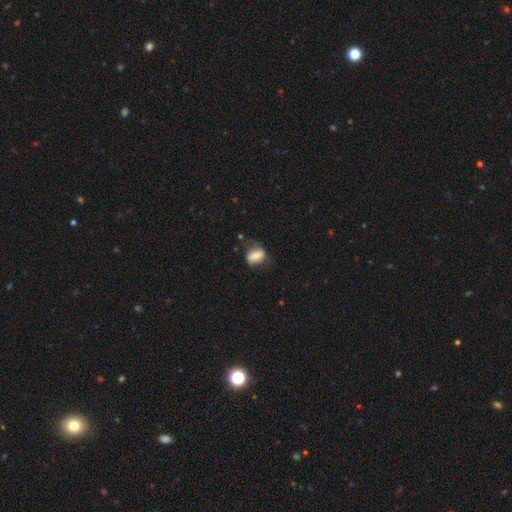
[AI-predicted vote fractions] smooth-or-featured: smooth: 67% | featured or disk: 24% | star or artifact: 9%
  how-rounded: in between: 79% | round: 15% | cigar-shaped: 6%
  merging: none: 49% | minor disturbance: 29% | major disturbance: 18% | merger: 4%